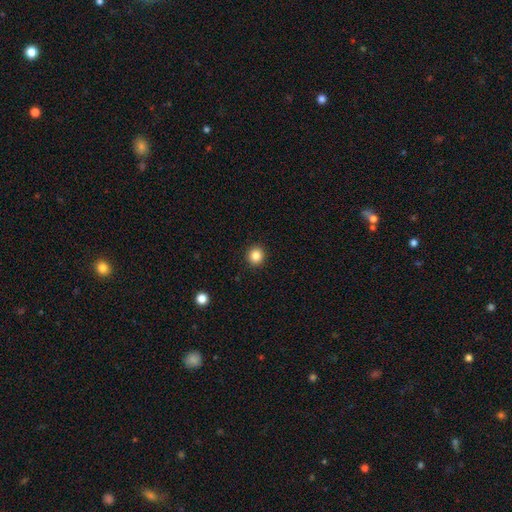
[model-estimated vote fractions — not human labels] Smooth or featured: smooth — 85% (star or artifact — 11%)
How rounded: round — 92% (in between — 7%)
Merging: none — 92% (minor disturbance — 5%)